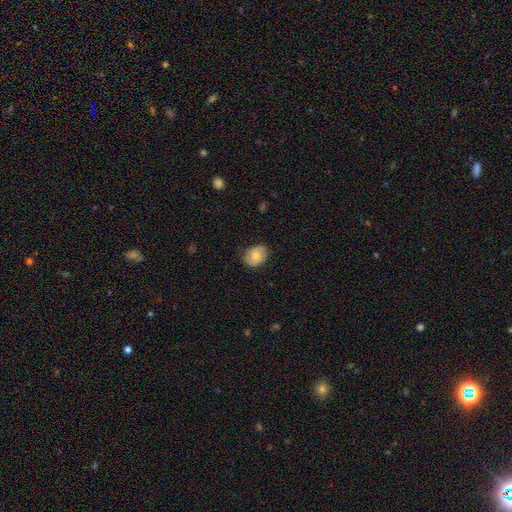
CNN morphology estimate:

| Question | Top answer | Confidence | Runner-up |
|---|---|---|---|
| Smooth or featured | smooth | 64% | featured or disk (28%) |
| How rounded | in between | 52% | round (48%) |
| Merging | none | 80% | minor disturbance (16%) |